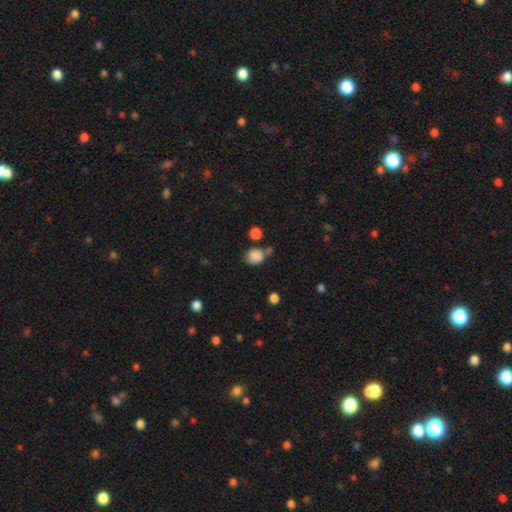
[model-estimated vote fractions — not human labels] The model was most divided on "merging": none: 62%, merger: 17%, minor disturbance: 15%, major disturbance: 5%. More confident: smooth or featured — smooth (86%); how rounded — round (75%).